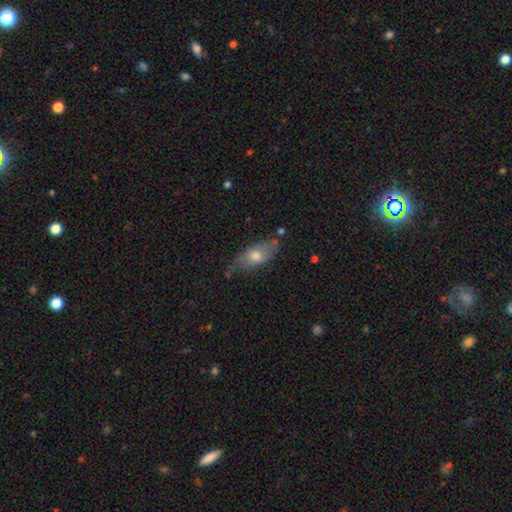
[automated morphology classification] A smooth galaxy with no disk features (64%) that is in between round and cigar-shaped (79%).

Vote fractions:
- Smooth or featured? smooth: 64% / featured or disk: 29% / star or artifact: 8%
- How rounded? in between: 79% / cigar-shaped: 17% / round: 4%
- Merging? none: 64% / minor disturbance: 25% / major disturbance: 6% / merger: 5%